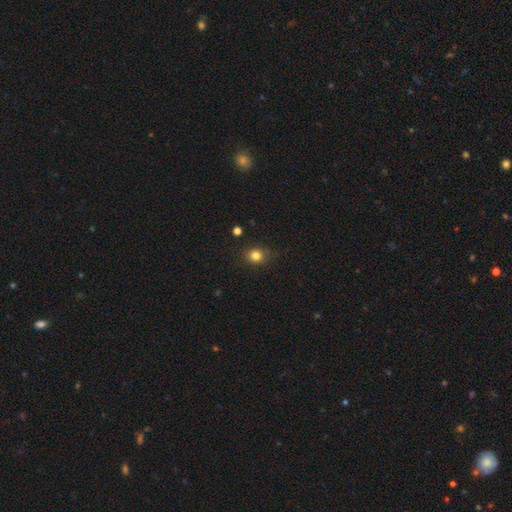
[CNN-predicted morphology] Smooth or featured: smooth — 81% (star or artifact — 13%)
How rounded: round — 72% (in between — 27%)
Merging: none — 86% (minor disturbance — 10%)